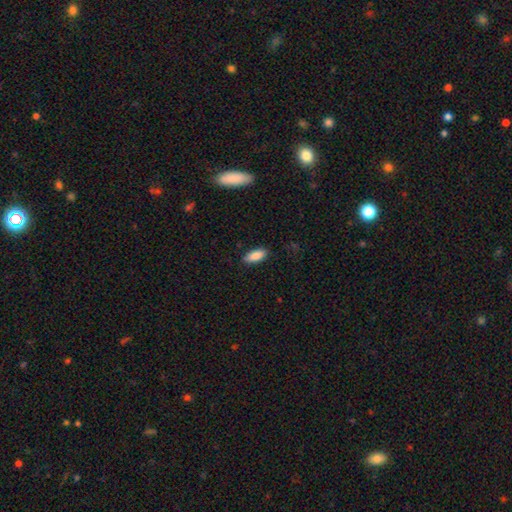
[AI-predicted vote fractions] smooth-or-featured: smooth: 87% | featured or disk: 7% | star or artifact: 7%
  how-rounded: in between: 84% | cigar-shaped: 14% | round: 2%
  merging: none: 86% | minor disturbance: 11% | major disturbance: 2% | merger: 1%